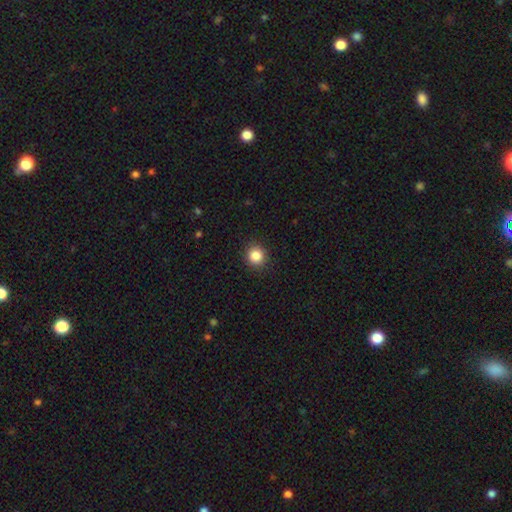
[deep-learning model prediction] Smooth or featured?
  - smooth: 85% *
  - star or artifact: 11%
  - featured or disk: 4%
How rounded?
  - round: 89% *
  - in between: 10%
  - cigar-shaped: 1%
Merging?
  - none: 91% *
  - minor disturbance: 6%
  - major disturbance: 2%
  - merger: 1%